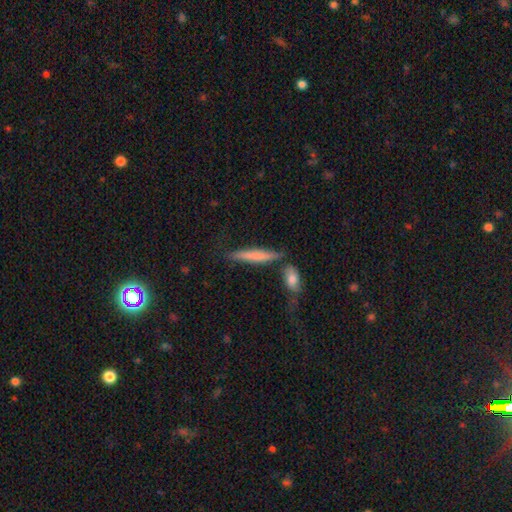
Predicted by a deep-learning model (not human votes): smooth_or_featured: smooth (p=0.64) [alt: featured or disk p=0.30]
how_rounded: cigar-shaped (p=0.89) [alt: in between p=0.09]
merging: none (p=0.66) [alt: minor disturbance p=0.15]